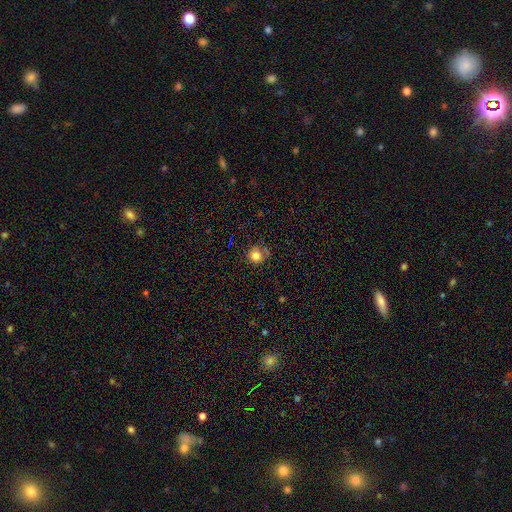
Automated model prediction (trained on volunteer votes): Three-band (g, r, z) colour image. It shows a smooth galaxy with no disk features (80%) that is round (89%). Merging: none (69%).